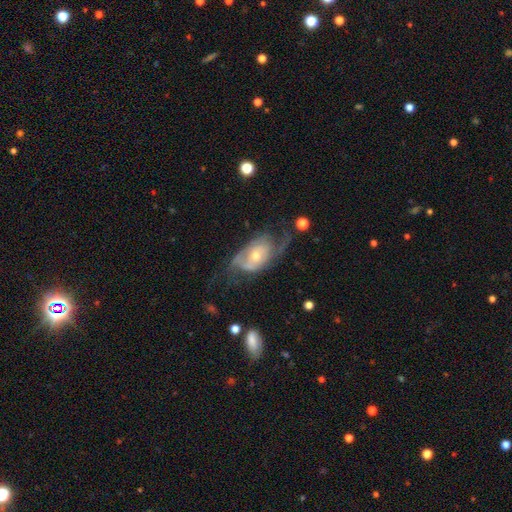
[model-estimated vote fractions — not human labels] Q: Smooth or featured?
A: featured or disk (70%); runner-up: smooth (24%)
Q: Edge-on disk?
A: no (93%); runner-up: yes (7%)
Q: Bar?
A: no (74%); runner-up: weak (22%)
Q: Spiral arms?
A: yes (72%); runner-up: no (28%)
Q: Bulge size?
A: small (49%); runner-up: moderate (46%)
Q: Merging?
A: none (37%); runner-up: major disturbance (34%)